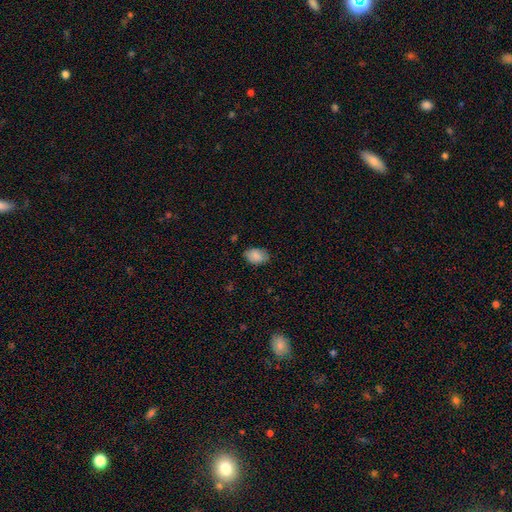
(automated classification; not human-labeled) Smooth or featured?
  - smooth: 86% *
  - star or artifact: 8%
  - featured or disk: 7%
How rounded?
  - in between: 85% *
  - round: 14%
  - cigar-shaped: 1%
Merging?
  - none: 77% *
  - minor disturbance: 18%
  - major disturbance: 3%
  - merger: 1%